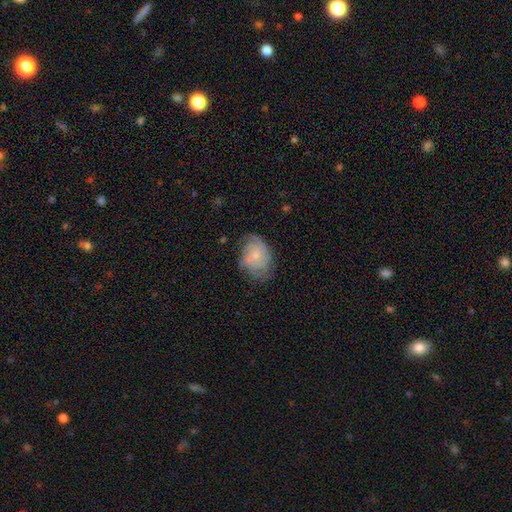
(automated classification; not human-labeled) This is possibly a featured or disk galaxy (54%). It is clearly not viewed edge-on (97%). Bar: clearly no (82%). Spiral arm pattern: clearly yes (81%). Central bulge: likely small (71%). Merging: likely none (62%).